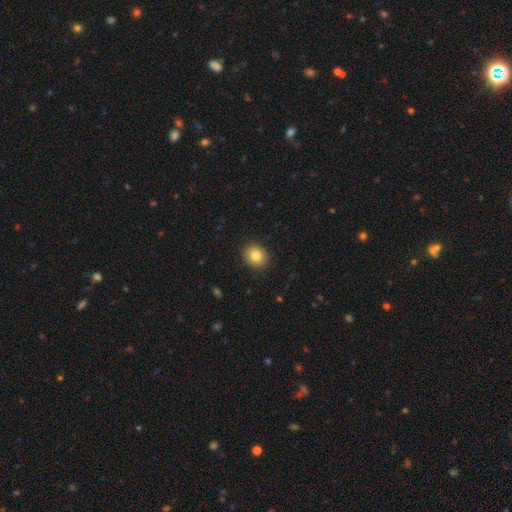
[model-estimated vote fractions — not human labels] This appears to be a smooth galaxy with no disk features (82%) that is round (77%). Merging: none (91%).